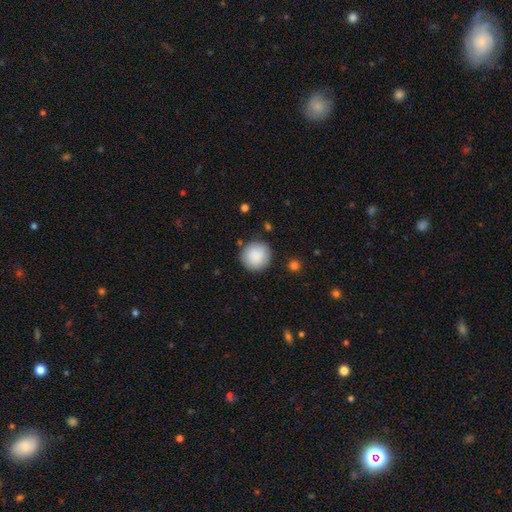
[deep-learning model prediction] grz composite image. It shows a smooth galaxy with no disk features (89%) that is round (94%). Merging: none (87%).